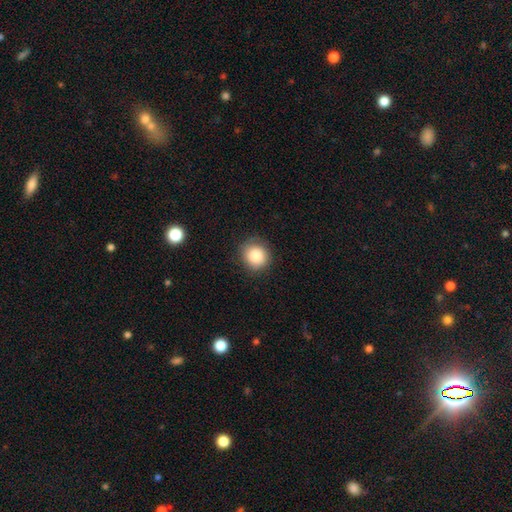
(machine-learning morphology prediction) type=smooth (85%); roundness=round (88%); merging=none (85%).